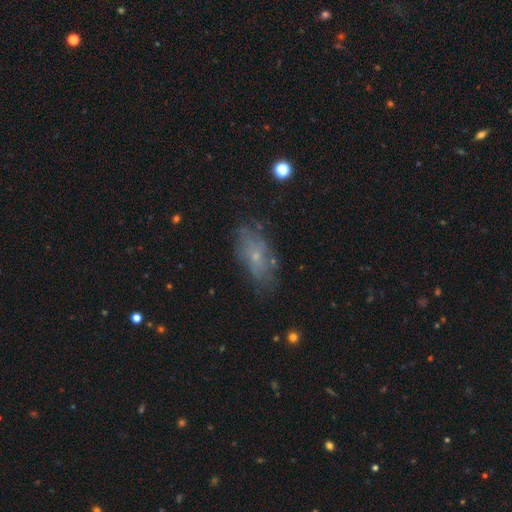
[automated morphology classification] Smooth or featured? Predicted: smooth (p=0.46). Merging? Predicted: none (p=0.65).